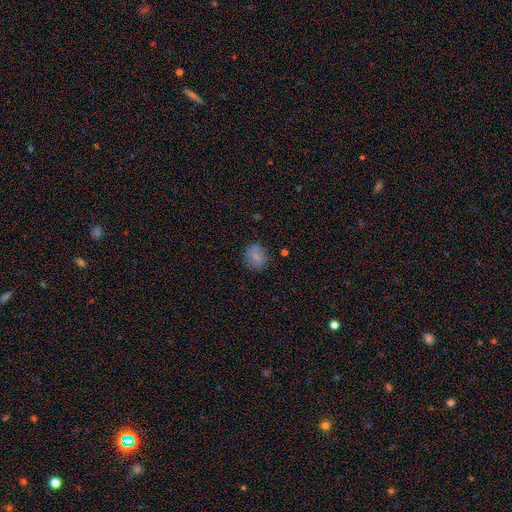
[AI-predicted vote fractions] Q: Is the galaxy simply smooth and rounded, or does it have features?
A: smooth — 76%.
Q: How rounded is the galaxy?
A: round — 72%.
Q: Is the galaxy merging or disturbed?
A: none — 81%.